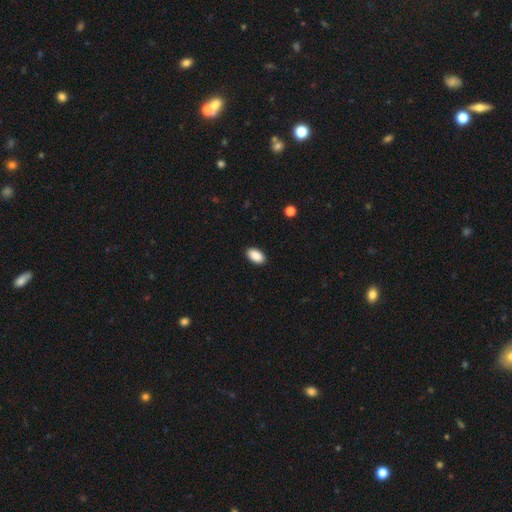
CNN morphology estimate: Q: Smooth or featured?
A: smooth (90%); runner-up: star or artifact (7%)
Q: How rounded?
A: in between (94%); runner-up: round (4%)
Q: Merging?
A: none (90%); runner-up: minor disturbance (7%)